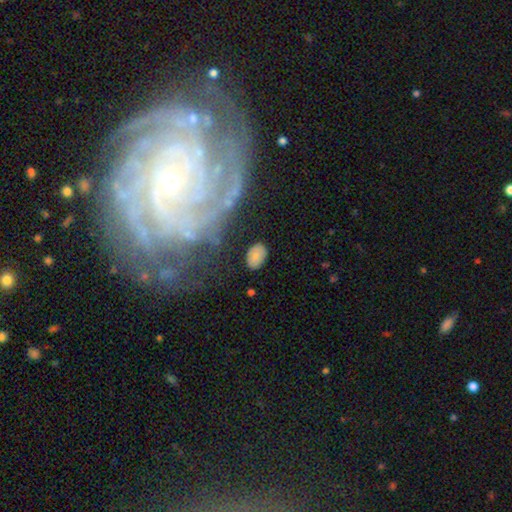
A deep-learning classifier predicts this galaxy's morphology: This appears to be a smooth galaxy with no disk features (78%) that is in between round and cigar-shaped (87%). Merging: none (76%).